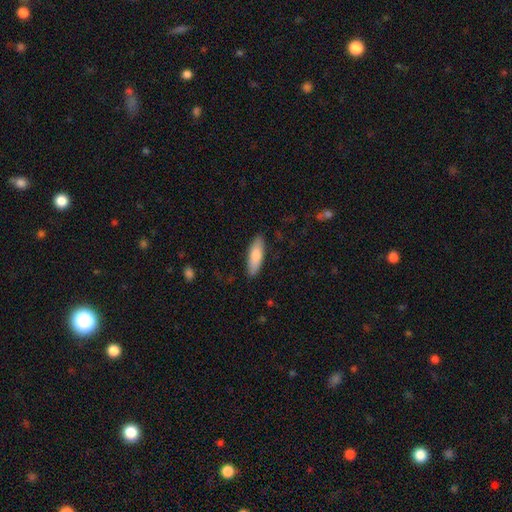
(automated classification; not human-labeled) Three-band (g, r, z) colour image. It shows a smooth galaxy with no disk features (81%) that is in between round and cigar-shaped (51%). Merging: none (87%).